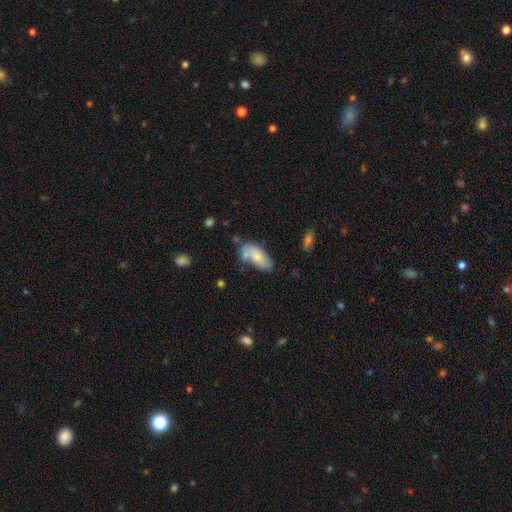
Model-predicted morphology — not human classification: smooth 73%, featured or disk 20%, star or artifact 7%. Down the decision tree: how rounded — in between (88%); merging — none (43%).